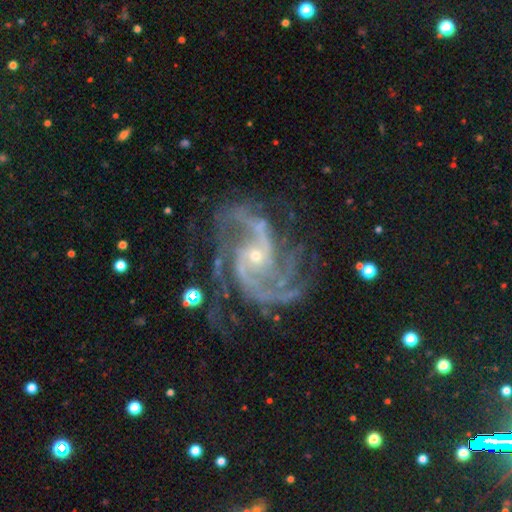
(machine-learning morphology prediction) This is clearly a featured or disk galaxy (92%). It is clearly not viewed edge-on (98%). Bar: possibly no (60%). Spiral arm pattern: clearly yes (98%). Spiral arm count: possibly 2 (53%). Spiral winding: possibly medium (58%). Central bulge: likely small (78%). Merging: likely none (64%).